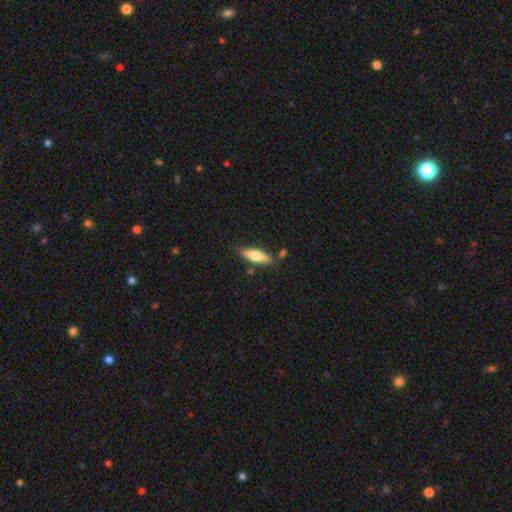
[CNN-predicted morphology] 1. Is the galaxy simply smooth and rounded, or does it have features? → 57% smooth, 37% featured or disk, 6% star or artifact.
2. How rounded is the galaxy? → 57% cigar-shaped, 40% in between, 2% round.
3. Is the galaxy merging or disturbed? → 78% none, 13% minor disturbance, 6% merger, 3% major disturbance.